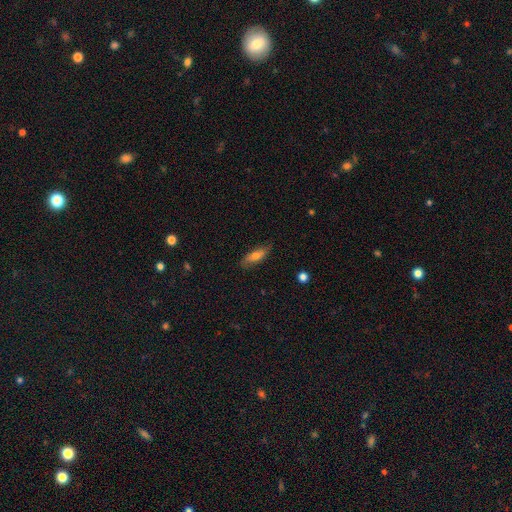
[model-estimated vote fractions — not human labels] Smooth or featured?
  - smooth: 64% *
  - featured or disk: 29%
  - star or artifact: 7%
How rounded?
  - in between: 51% *
  - cigar-shaped: 46%
  - round: 3%
Merging?
  - none: 79% *
  - minor disturbance: 16%
  - major disturbance: 3%
  - merger: 1%